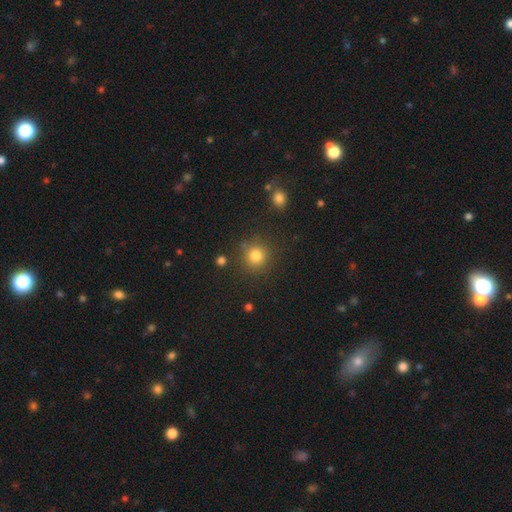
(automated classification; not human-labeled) A smooth galaxy with no disk features (81%) that is round (93%). Merging: none (84%).